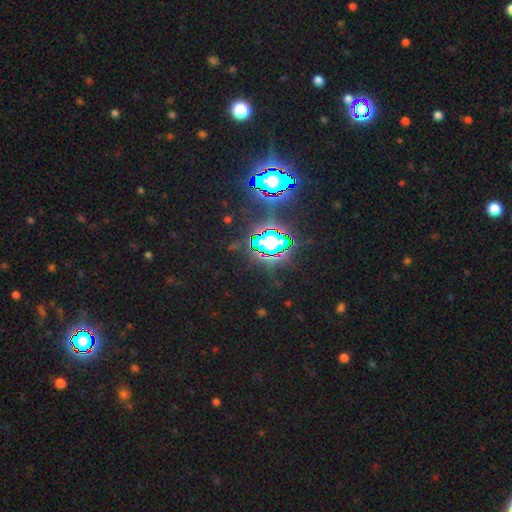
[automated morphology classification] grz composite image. It shows a star or artifact, not a galaxy (81%).